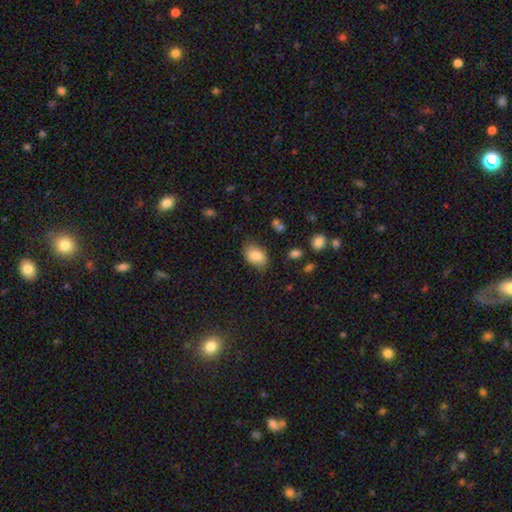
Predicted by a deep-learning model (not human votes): Smooth or featured: smooth — 83% (featured or disk — 9%)
How rounded: in between — 87% (round — 12%)
Merging: none — 77% (minor disturbance — 18%)